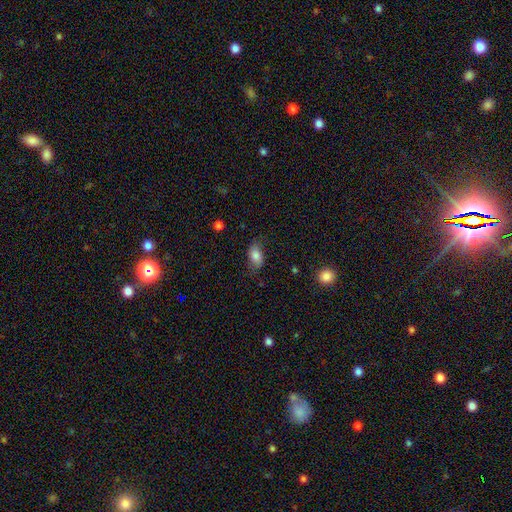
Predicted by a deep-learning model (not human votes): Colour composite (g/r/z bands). It shows a smooth galaxy with no disk features (79%) that is in between round and cigar-shaped (89%). Merging: none (69%).